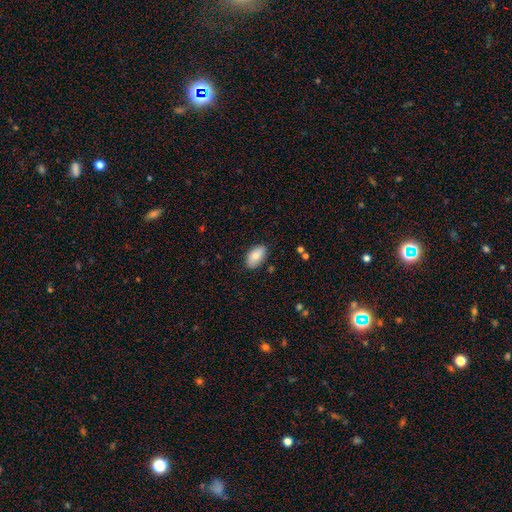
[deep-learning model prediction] Smooth or featured: smooth — 79% (featured or disk — 14%)
How rounded: in between — 94% (round — 4%)
Merging: none — 84% (minor disturbance — 12%)